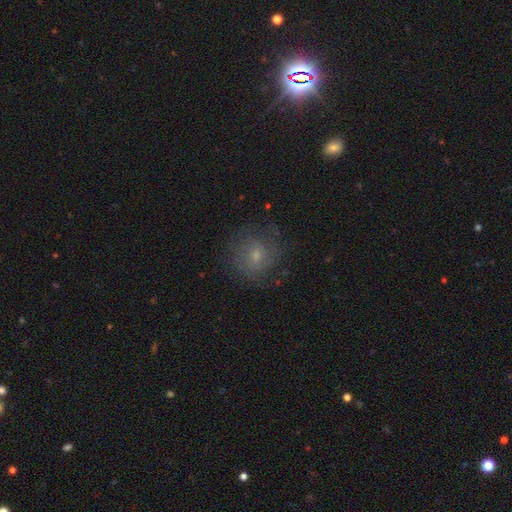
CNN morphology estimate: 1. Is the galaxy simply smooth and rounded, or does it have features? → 43% smooth (tied), 43% featured or disk (tied), 13% star or artifact.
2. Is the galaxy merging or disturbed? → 72% none, 17% minor disturbance, 10% major disturbance, 1% merger.